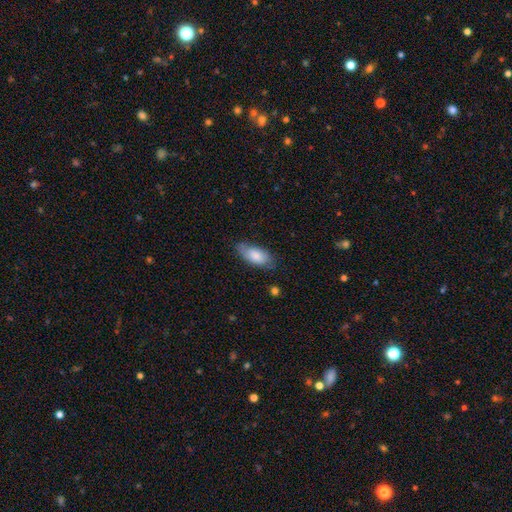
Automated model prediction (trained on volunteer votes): Smooth or featured? Predicted: smooth (p=0.80). How rounded? Predicted: in between (p=0.87). Merging? Predicted: none (p=0.69).